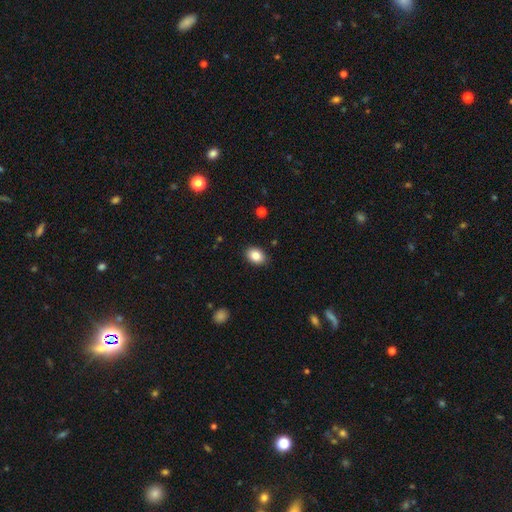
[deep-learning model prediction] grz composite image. It shows a smooth galaxy with no disk features (86%) that is in between round and cigar-shaped (77%). Merging: none (88%).